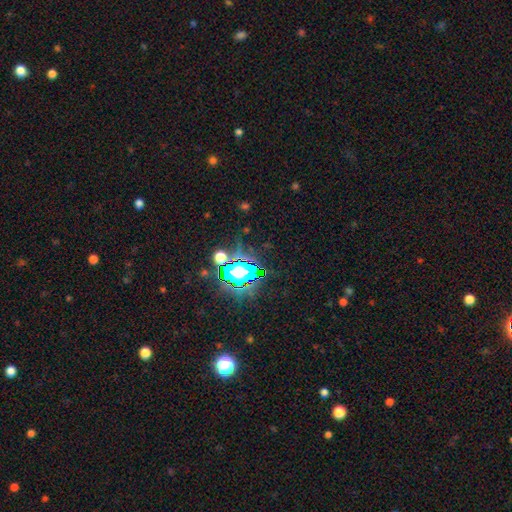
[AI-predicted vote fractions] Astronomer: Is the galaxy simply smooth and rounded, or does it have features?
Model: star or artifact — 82%.